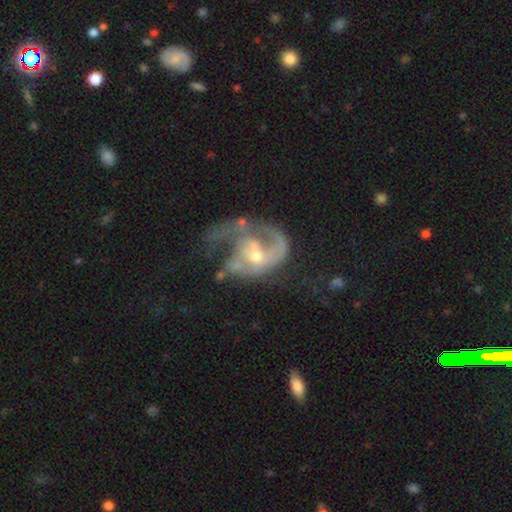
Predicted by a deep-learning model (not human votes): Morphology: type=featured or disk (82%); edge-on=no (98%); bar=no (69%); spiral arms=yes (85%); winding=medium (42%); arm count=1 (39%); bulge=small (50%); merging=major disturbance (44%).